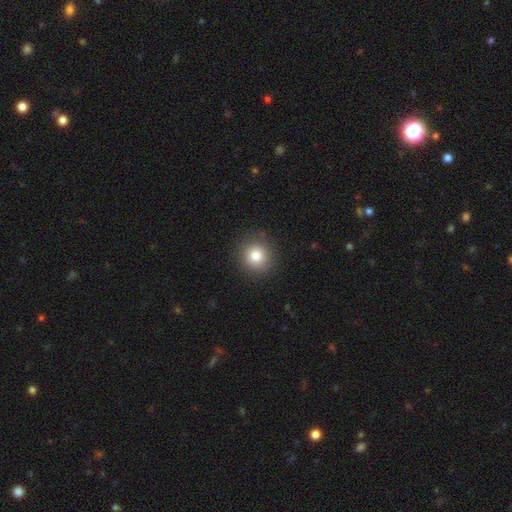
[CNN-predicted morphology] type=smooth (80%); roundness=round (93%); merging=none (90%).